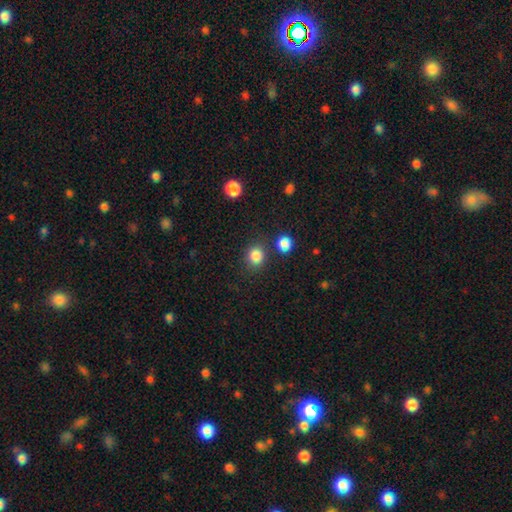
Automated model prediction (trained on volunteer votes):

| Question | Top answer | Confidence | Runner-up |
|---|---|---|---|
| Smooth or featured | smooth | 85% | star or artifact (11%) |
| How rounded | round | 72% | in between (27%) |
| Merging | none | 77% | minor disturbance (11%) |